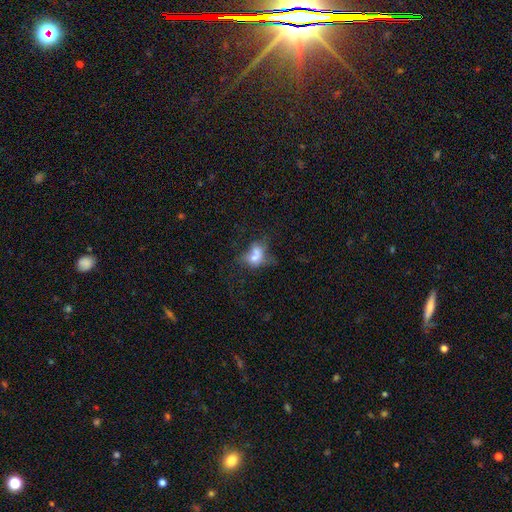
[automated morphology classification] Q: Smooth or featured?
A: smooth (59%); runner-up: featured or disk (28%)
Q: How rounded?
A: in between (63%); runner-up: round (34%)
Q: Merging?
A: merger (48%); runner-up: none (22%)